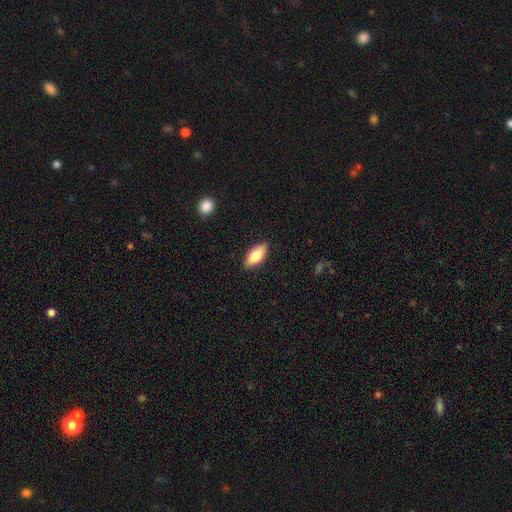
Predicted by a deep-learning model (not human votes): Overall: smooth (72%). How rounded: in between (85%). Merging: none (88%).